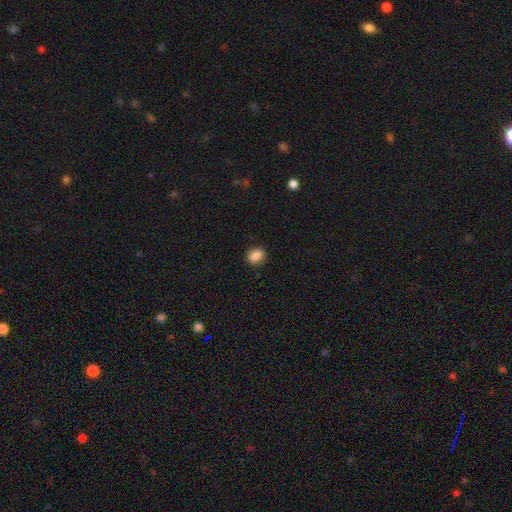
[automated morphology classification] smooth-or-featured: smooth: 87% | star or artifact: 9% | featured or disk: 4%
  how-rounded: in between: 54% | round: 45% | cigar-shaped: 1%
  merging: none: 87% | minor disturbance: 10% | major disturbance: 2% | merger: 1%